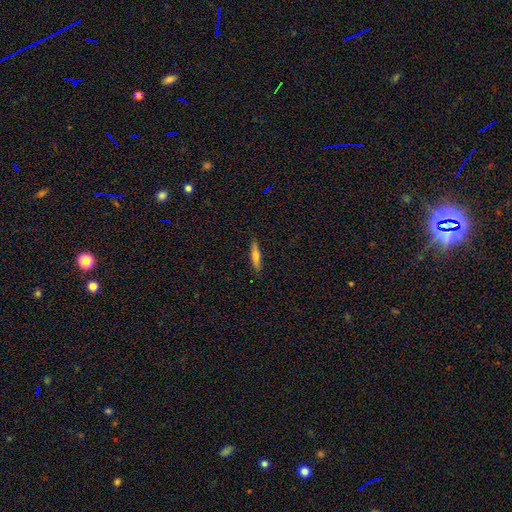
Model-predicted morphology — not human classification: Smooth or featured?
  - smooth: 60% *
  - featured or disk: 33%
  - star or artifact: 7%
How rounded?
  - cigar-shaped: 83% *
  - in between: 15%
  - round: 2%
Merging?
  - none: 88% *
  - minor disturbance: 9%
  - major disturbance: 2%
  - merger: 1%